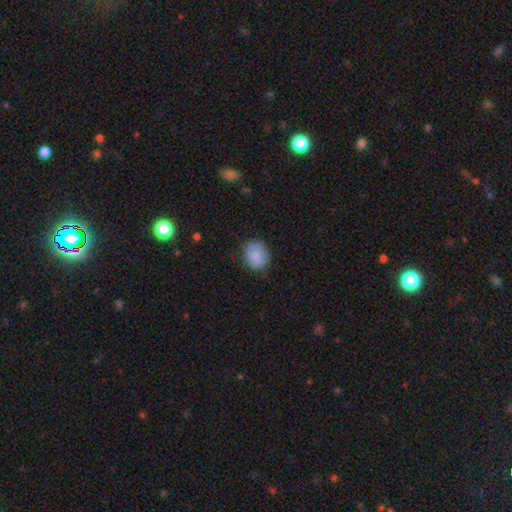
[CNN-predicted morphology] Smooth or featured? Predicted: smooth (p=0.85). How rounded? Predicted: round (p=0.62). Merging? Predicted: none (p=0.75).